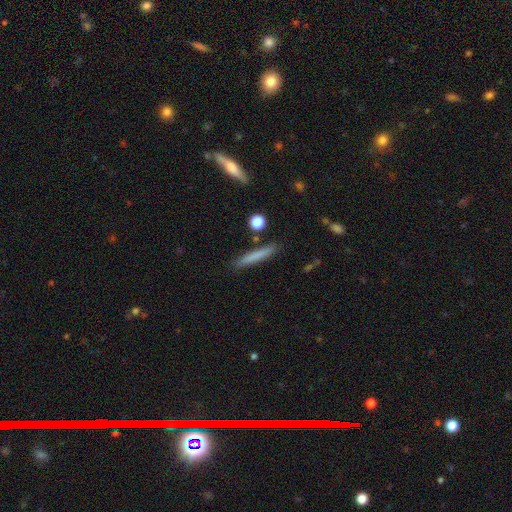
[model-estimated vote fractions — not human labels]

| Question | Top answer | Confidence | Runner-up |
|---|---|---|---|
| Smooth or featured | smooth | 73% | featured or disk (20%) |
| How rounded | cigar-shaped | 94% | in between (4%) |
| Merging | none | 87% | minor disturbance (8%) |